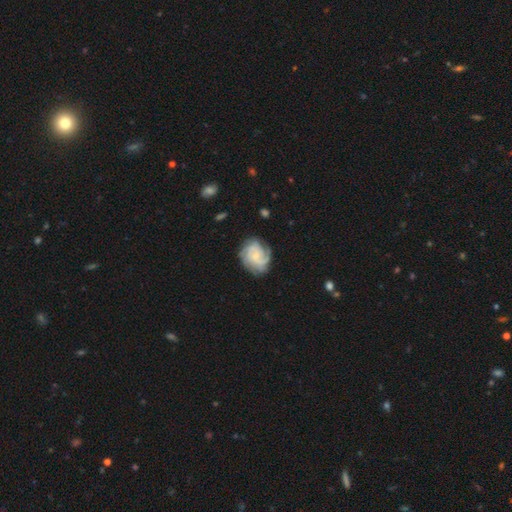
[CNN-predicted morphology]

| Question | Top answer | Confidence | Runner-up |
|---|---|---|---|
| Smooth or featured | featured or disk | 82% | smooth (12%) |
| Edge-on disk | no | 98% | yes (2%) |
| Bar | no | 61% | weak (34%) |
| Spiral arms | yes | 96% | no (4%) |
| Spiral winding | tight | 57% | medium (34%) |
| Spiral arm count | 3 | 30% | can't tell (25%) |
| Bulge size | small | 64% | moderate (23%) |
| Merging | none | 73% | minor disturbance (18%) |